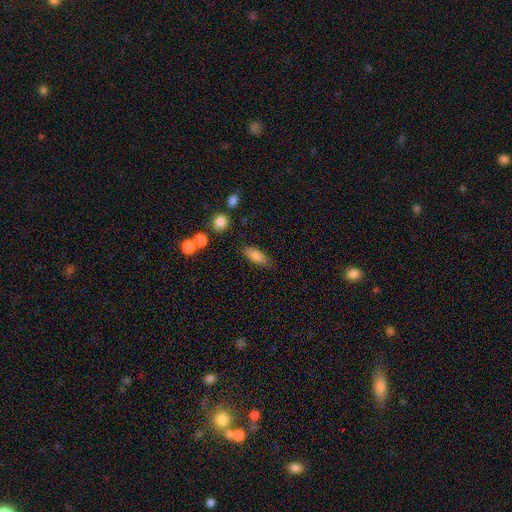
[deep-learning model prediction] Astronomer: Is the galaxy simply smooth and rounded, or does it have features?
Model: smooth — 83%.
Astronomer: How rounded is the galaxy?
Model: in between — 75%.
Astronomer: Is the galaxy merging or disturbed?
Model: none — 80%.